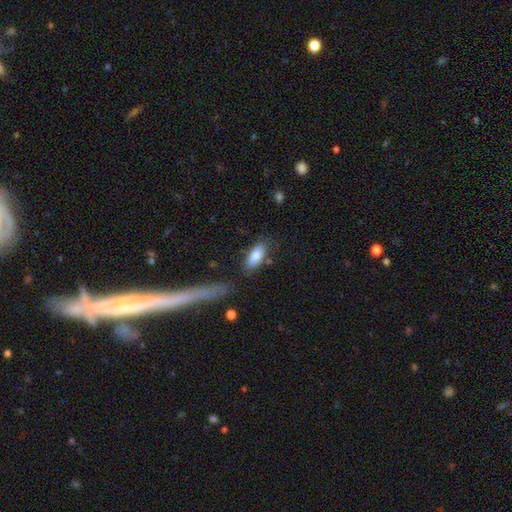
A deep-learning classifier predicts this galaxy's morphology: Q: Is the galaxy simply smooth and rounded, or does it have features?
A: smooth — 82%.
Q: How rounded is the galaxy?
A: in between — 81%.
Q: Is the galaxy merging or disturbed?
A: none — 75%.